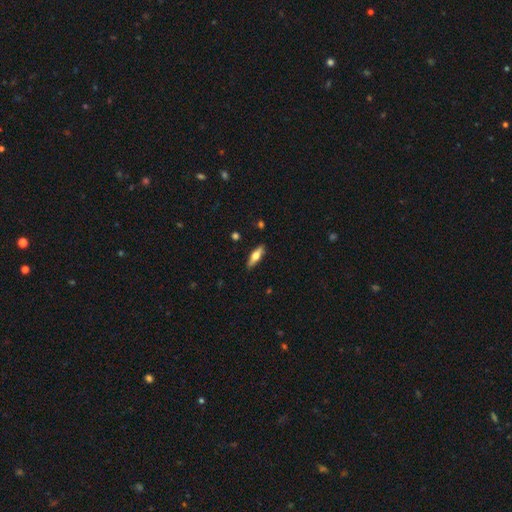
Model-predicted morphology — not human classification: smooth 50%, featured or disk 44%, star or artifact 6%. Down the decision tree: merging — none (88%).